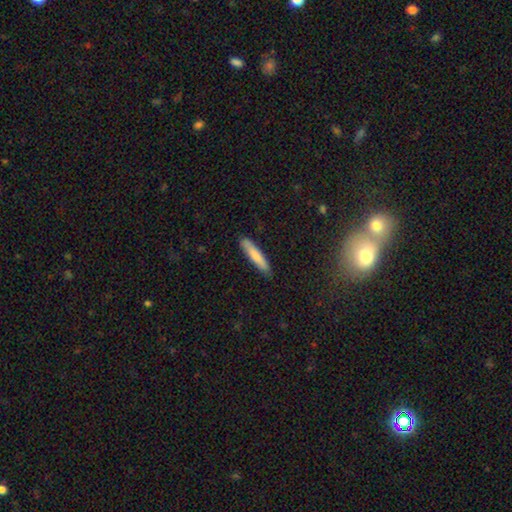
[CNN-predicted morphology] type=smooth (77%); roundness=cigar-shaped (89%); merging=none (86%).